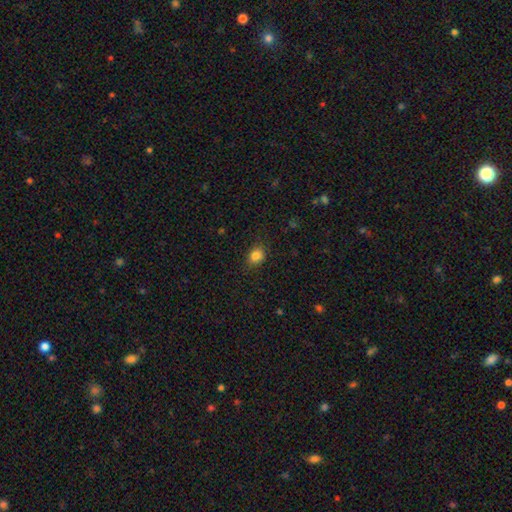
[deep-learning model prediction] Smooth or featured?
  - smooth: 83% *
  - star or artifact: 11%
  - featured or disk: 5%
How rounded?
  - round: 50% *
  - in between: 49%
  - cigar-shaped: 1%
Merging?
  - none: 83% *
  - minor disturbance: 13%
  - major disturbance: 3%
  - merger: 1%